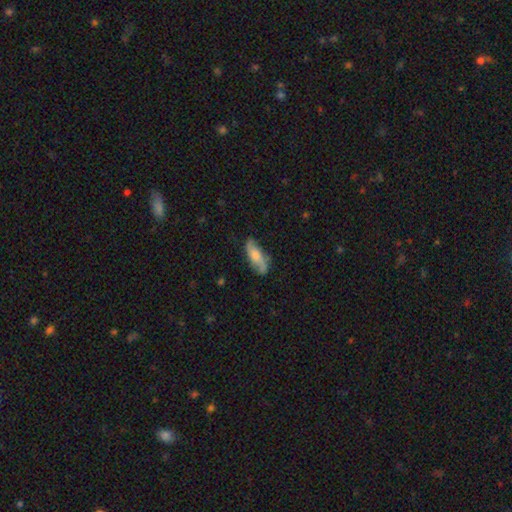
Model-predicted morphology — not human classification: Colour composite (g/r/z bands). It shows a smooth galaxy with no disk features (50%). Merging: none (65%).